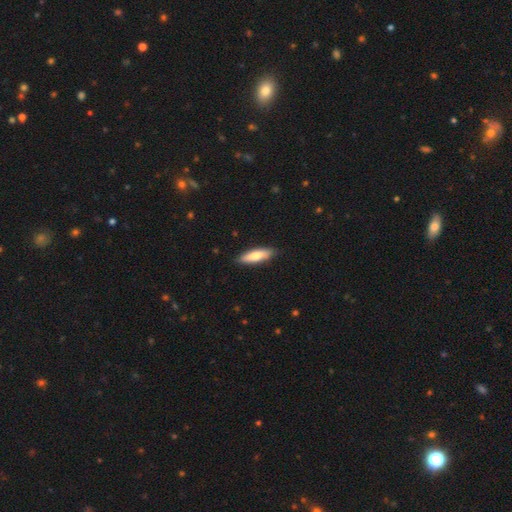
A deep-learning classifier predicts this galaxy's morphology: Smooth or featured?
  - smooth: 77% *
  - featured or disk: 18%
  - star or artifact: 5%
How rounded?
  - cigar-shaped: 52% *
  - in between: 46%
  - round: 2%
Merging?
  - none: 87% *
  - minor disturbance: 11%
  - major disturbance: 2%
  - merger: 1%